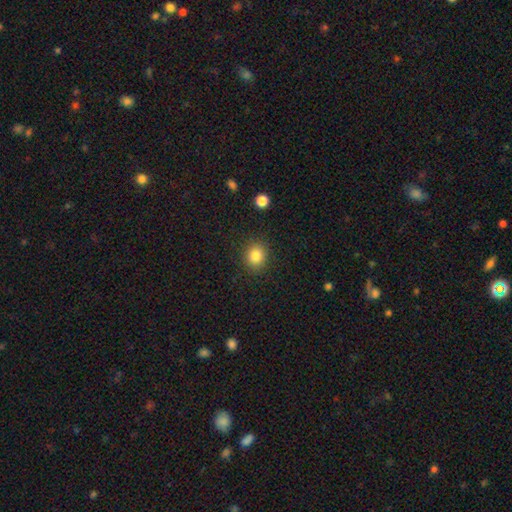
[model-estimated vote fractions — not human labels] This appears to be a smooth galaxy with no disk features (83%) that is round (79%). Merging: none (89%).